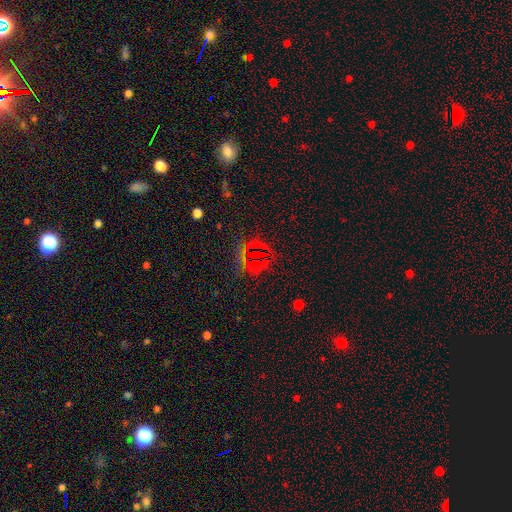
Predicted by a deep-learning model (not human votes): smooth-or-featured: star or artifact: 65% | smooth: 25% | featured or disk: 9%